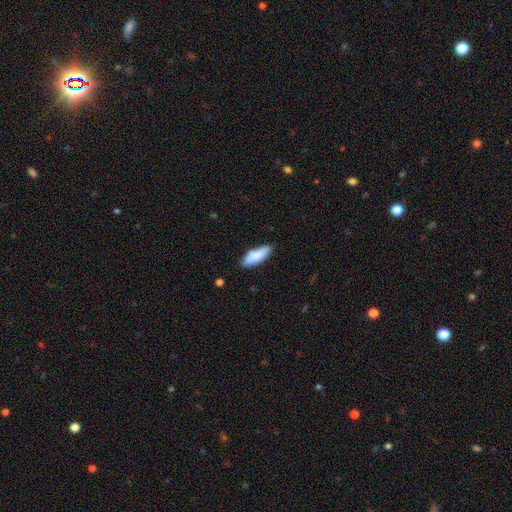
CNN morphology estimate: This appears to be a smooth galaxy with no disk features (86%) that is in between round and cigar-shaped (65%). Merging: none (82%).